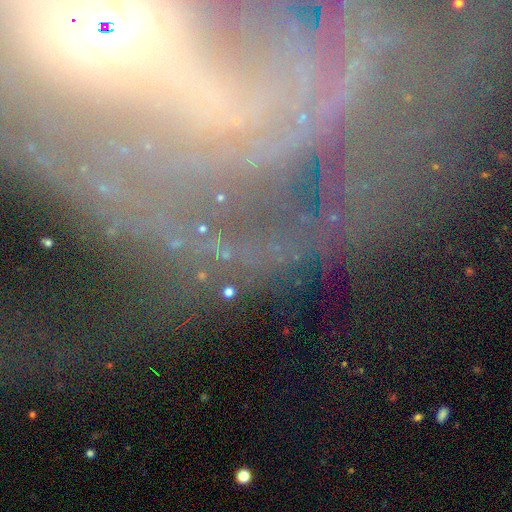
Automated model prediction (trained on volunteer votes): smooth_or_featured: featured or disk (p=0.45) [alt: star or artifact p=0.42]
merging: none (p=0.71) [alt: minor disturbance p=0.13]